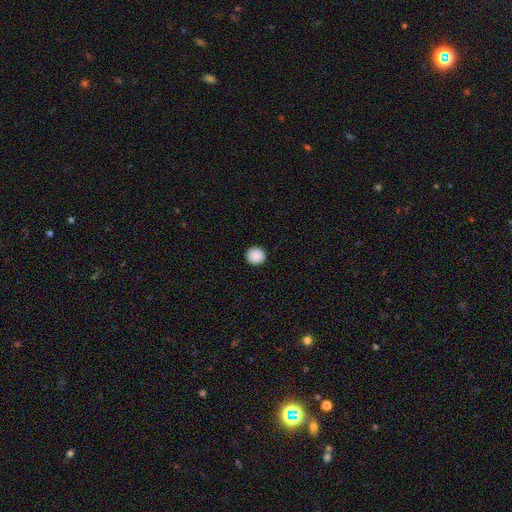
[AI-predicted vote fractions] A smooth galaxy with no disk features (90%) that is round (95%). Merging: none (93%).